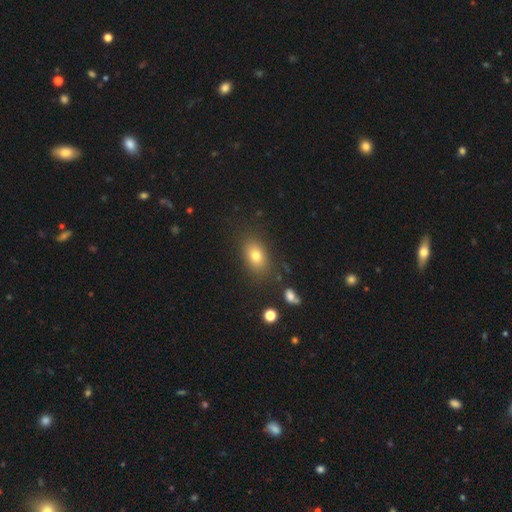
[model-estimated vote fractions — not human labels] A smooth galaxy with no disk features (77%) that is in between round and cigar-shaped (79%).

Vote fractions:
- Smooth or featured? smooth: 77% / featured or disk: 12% / star or artifact: 11%
- How rounded? in between: 79% / round: 19% / cigar-shaped: 2%
- Merging? none: 81% / minor disturbance: 12% / major disturbance: 4% / merger: 3%